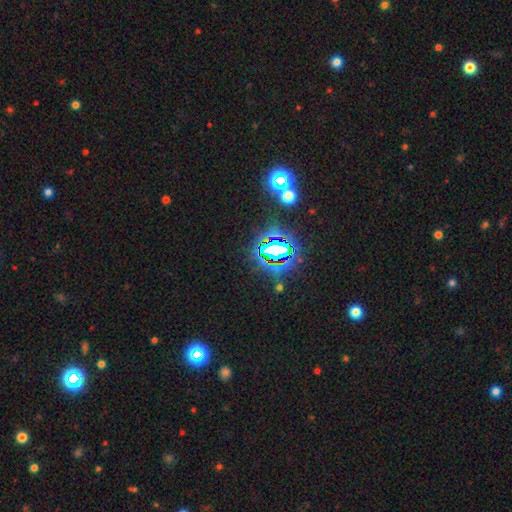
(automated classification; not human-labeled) This is likely a star or artifact rather than a galaxy (80%).